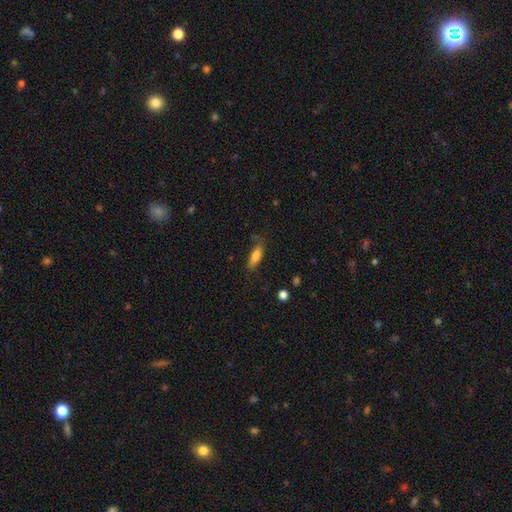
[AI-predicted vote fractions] This appears to be a smooth galaxy with no disk features (79%) that is in between round and cigar-shaped (60%). Merging: none (59%).